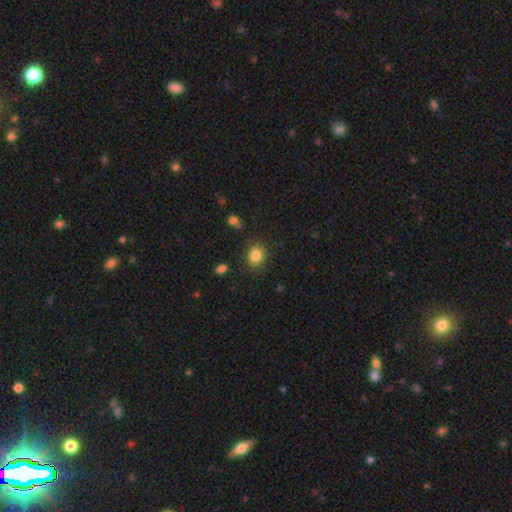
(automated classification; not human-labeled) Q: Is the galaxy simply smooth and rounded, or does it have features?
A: smooth — 84%.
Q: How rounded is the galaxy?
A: round — 58%.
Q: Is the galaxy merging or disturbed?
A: none — 84%.